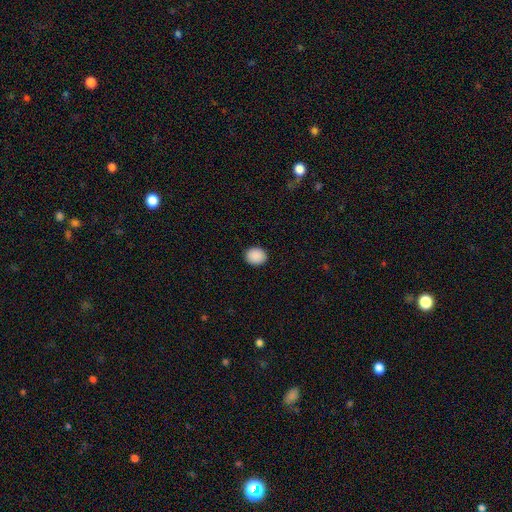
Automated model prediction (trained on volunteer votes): Smooth or featured: smooth — 90% (star or artifact — 7%)
How rounded: round — 60% (in between — 39%)
Merging: none — 91% (minor disturbance — 6%)